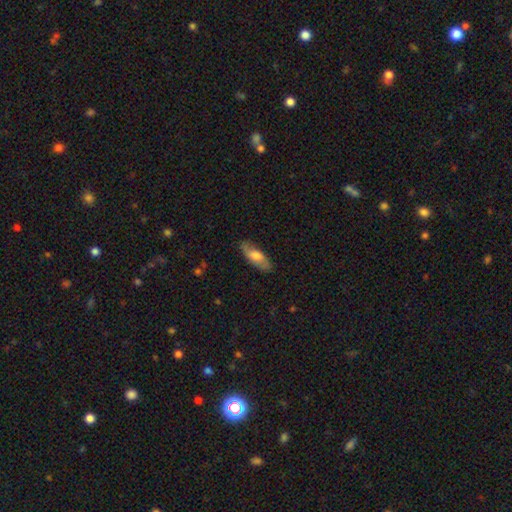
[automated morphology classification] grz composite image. It shows a smooth galaxy with no disk features (60%) that is in between round and cigar-shaped (67%). Merging: none (79%).